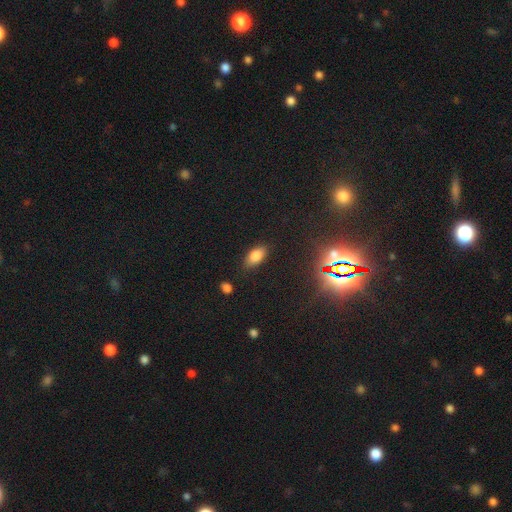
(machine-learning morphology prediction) This appears to be a smooth galaxy with no disk features (82%) that is in between round and cigar-shaped (91%). Merging: none (82%).